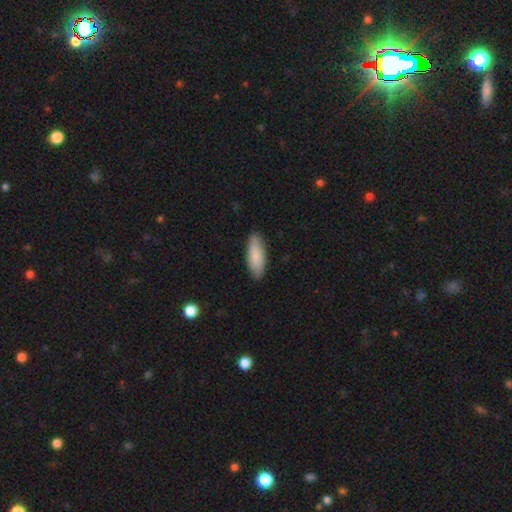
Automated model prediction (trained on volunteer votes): Smooth or featured? Predicted: smooth (p=0.87). How rounded? Predicted: in between (p=0.63). Merging? Predicted: none (p=0.87).